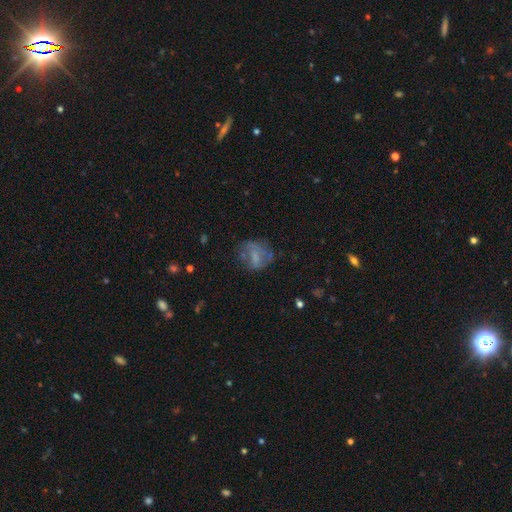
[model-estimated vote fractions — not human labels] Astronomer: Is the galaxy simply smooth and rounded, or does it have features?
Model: smooth — 48% (runner-up: featured or disk, 39%).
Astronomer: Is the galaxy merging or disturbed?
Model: none — 48% (runner-up: minor disturbance, 24%).